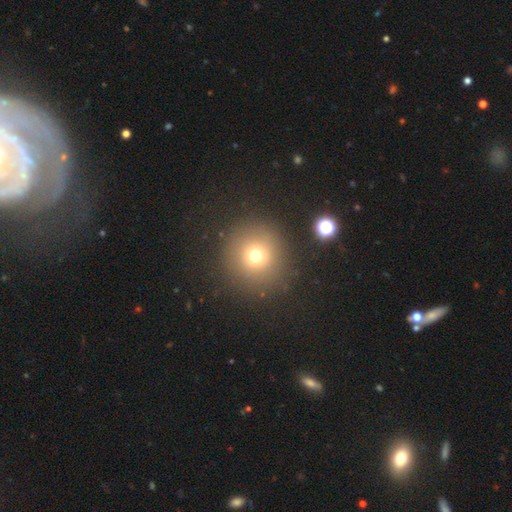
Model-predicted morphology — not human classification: Q: Smooth or featured?
A: smooth (71%); runner-up: star or artifact (19%)
Q: How rounded?
A: round (93%); runner-up: in between (6%)
Q: Merging?
A: none (87%); runner-up: minor disturbance (7%)